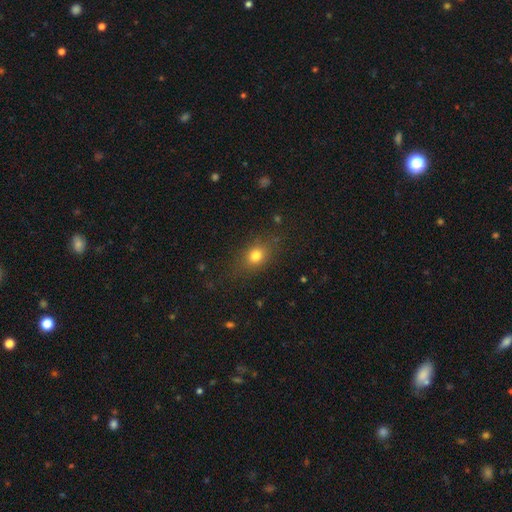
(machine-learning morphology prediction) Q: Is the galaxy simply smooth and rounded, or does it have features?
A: smooth — 76%.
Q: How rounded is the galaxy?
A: in between — 54%.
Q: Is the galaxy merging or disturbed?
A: none — 78%.